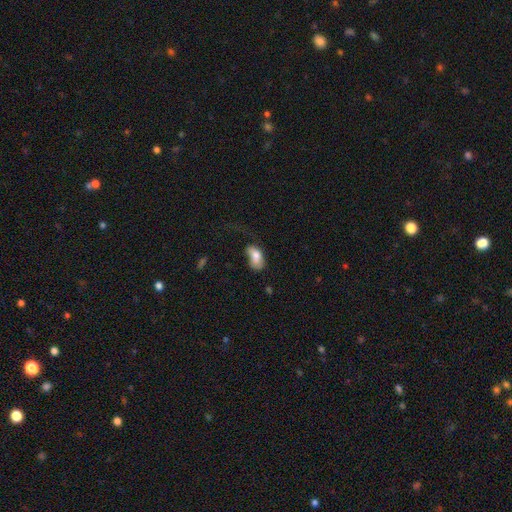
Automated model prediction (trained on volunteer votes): smooth-or-featured: smooth: 77% | featured or disk: 16% | star or artifact: 8%
  how-rounded: in between: 91% | round: 6% | cigar-shaped: 3%
  merging: major disturbance: 36% | minor disturbance: 30% | none: 28% | merger: 6%